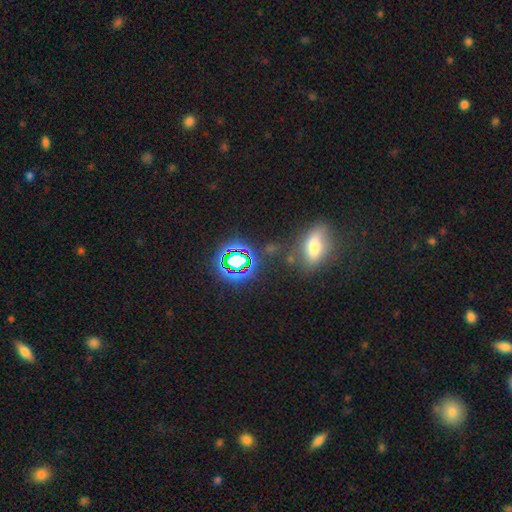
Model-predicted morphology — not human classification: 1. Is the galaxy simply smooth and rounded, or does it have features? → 40% smooth (tied), 40% star or artifact (tied), 21% featured or disk.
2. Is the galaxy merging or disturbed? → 60% none, 19% merger, 13% minor disturbance, 8% major disturbance.